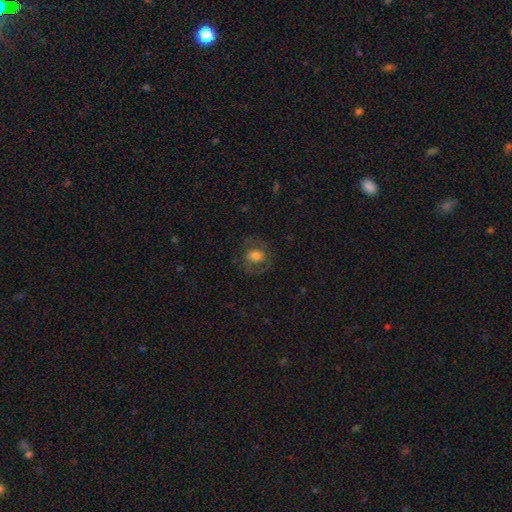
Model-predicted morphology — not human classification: Overall: smooth (60%; featured or disk 30%). How rounded: round (73%). Merging: none (76%).